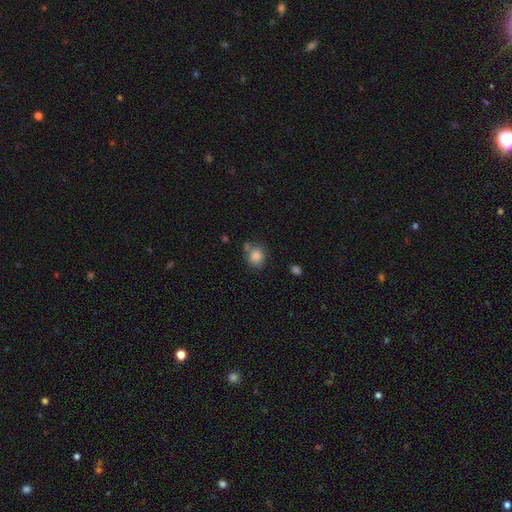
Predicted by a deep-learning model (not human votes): The model was most divided on "merging": none: 60%, minor disturbance: 19%, merger: 15%, major disturbance: 6%. More confident: smooth or featured — smooth (84%); how rounded — round (70%).